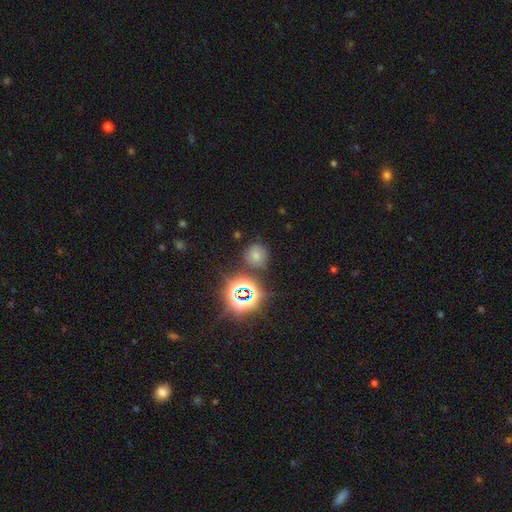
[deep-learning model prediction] Morphology: type=smooth (61%); roundness=round (90%); merging=none (80%).